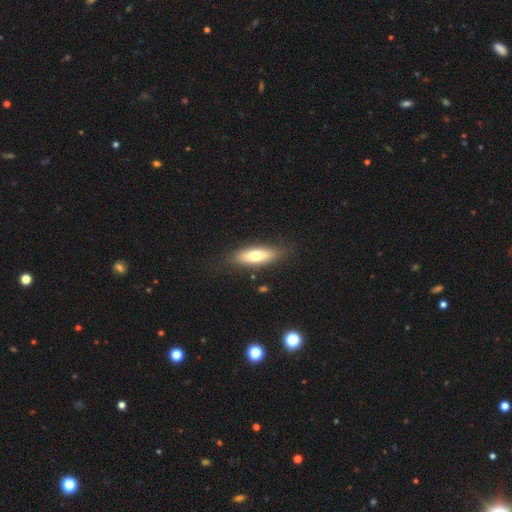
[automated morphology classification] Q: Smooth or featured?
A: smooth (69%); runner-up: featured or disk (25%)
Q: How rounded?
A: in between (57%); runner-up: cigar-shaped (41%)
Q: Merging?
A: none (83%); runner-up: minor disturbance (12%)